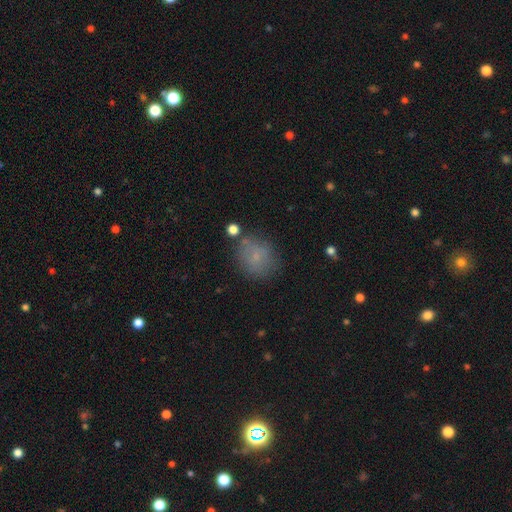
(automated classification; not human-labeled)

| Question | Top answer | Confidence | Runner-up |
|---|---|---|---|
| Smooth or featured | smooth | 71% | star or artifact (15%) |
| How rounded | round | 71% | in between (28%) |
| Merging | none | 72% | minor disturbance (17%) |